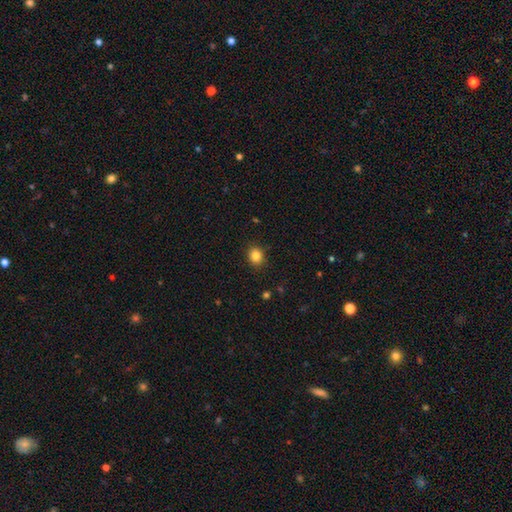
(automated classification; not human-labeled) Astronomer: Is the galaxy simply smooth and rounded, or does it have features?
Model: smooth — 84%.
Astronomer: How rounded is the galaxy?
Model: round — 72%.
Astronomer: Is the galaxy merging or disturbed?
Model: none — 90%.